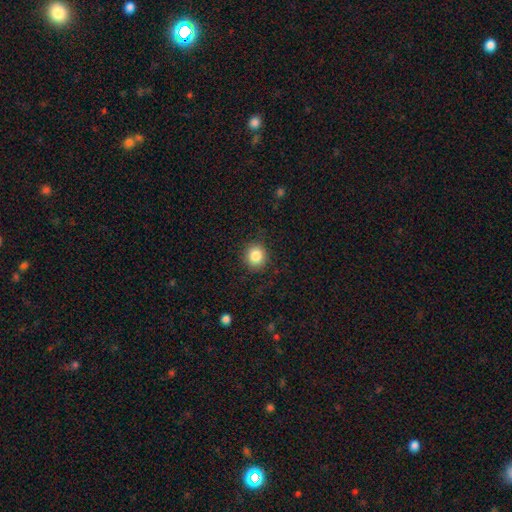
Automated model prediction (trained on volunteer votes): A smooth galaxy with no disk features (85%) that is round (86%).

Vote fractions:
- Smooth or featured? smooth: 85% / star or artifact: 10% / featured or disk: 5%
- How rounded? round: 86% / in between: 13% / cigar-shaped: 1%
- Merging? none: 88% / minor disturbance: 8% / major disturbance: 3% / merger: 1%